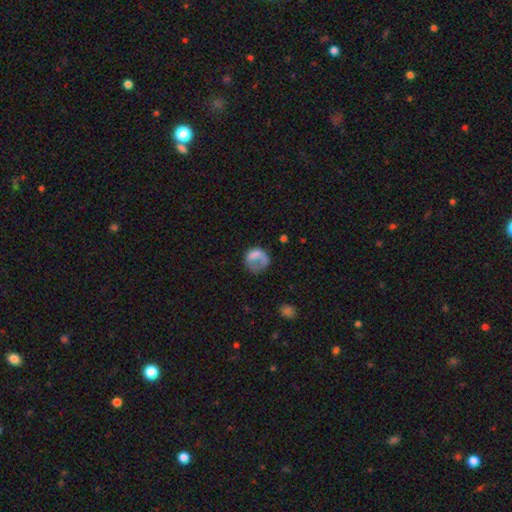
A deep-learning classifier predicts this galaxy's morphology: A smooth galaxy with no disk features (64%) that is round (71%). Merging: none (37%, tied with major disturbance).